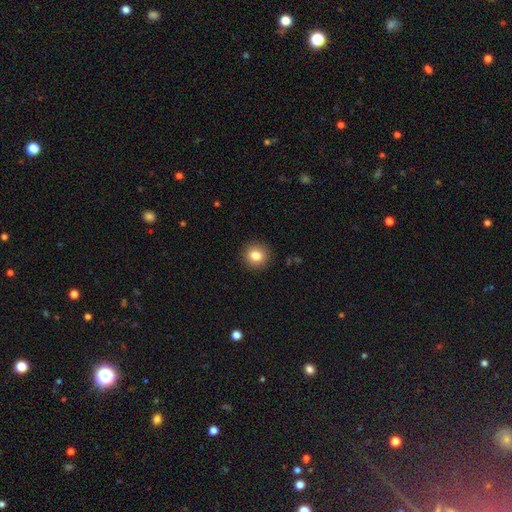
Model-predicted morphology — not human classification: Overall: smooth (83%). How rounded: round (90%). Merging: none (91%).